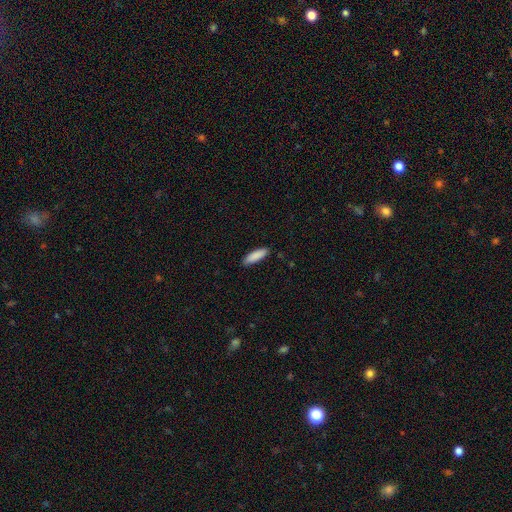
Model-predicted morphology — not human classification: Q: Smooth or featured?
A: smooth (89%); runner-up: star or artifact (6%)
Q: How rounded?
A: cigar-shaped (58%); runner-up: in between (41%)
Q: Merging?
A: none (88%); runner-up: minor disturbance (9%)